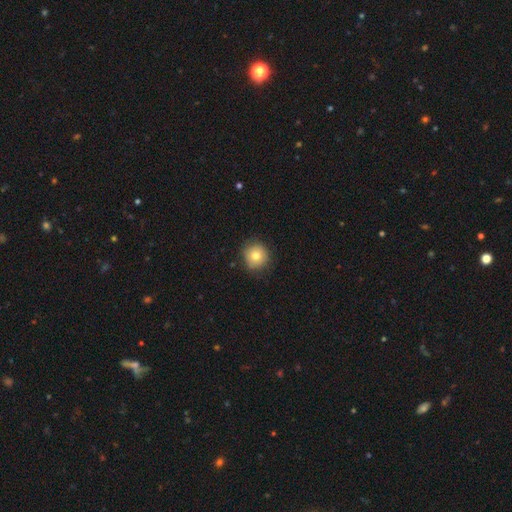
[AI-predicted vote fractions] A smooth galaxy with no disk features (77%) that is round (92%).

Vote fractions:
- Smooth or featured? smooth: 77% / featured or disk: 13% / star or artifact: 10%
- How rounded? round: 92% / in between: 7% / cigar-shaped: 1%
- Merging? none: 81% / minor disturbance: 14% / major disturbance: 3% / merger: 1%